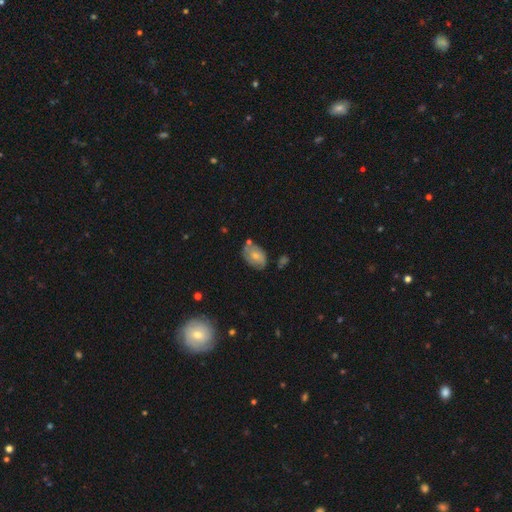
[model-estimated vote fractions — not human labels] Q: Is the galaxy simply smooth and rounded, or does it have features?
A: smooth — 57%.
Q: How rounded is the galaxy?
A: in between — 85%.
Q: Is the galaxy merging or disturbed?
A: none — 57%.